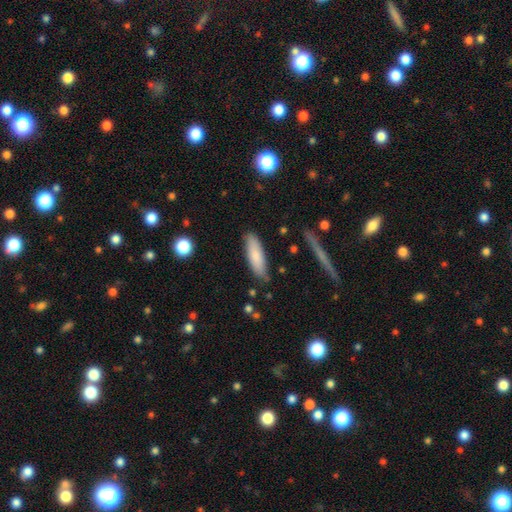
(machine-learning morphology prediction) Smooth or featured?
  - smooth: 78% *
  - featured or disk: 16%
  - star or artifact: 6%
How rounded?
  - cigar-shaped: 51% *
  - in between: 48%
  - round: 2%
Merging?
  - none: 81% *
  - minor disturbance: 14%
  - major disturbance: 3%
  - merger: 2%